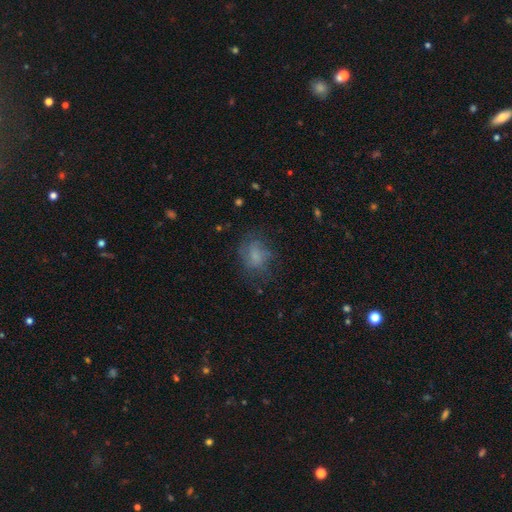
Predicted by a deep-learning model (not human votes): Smooth or featured?
  - smooth: 60% *
  - featured or disk: 27%
  - star or artifact: 13%
How rounded?
  - in between: 52% *
  - round: 47%
  - cigar-shaped: 1%
Merging?
  - none: 61% *
  - minor disturbance: 22%
  - major disturbance: 16%
  - merger: 1%